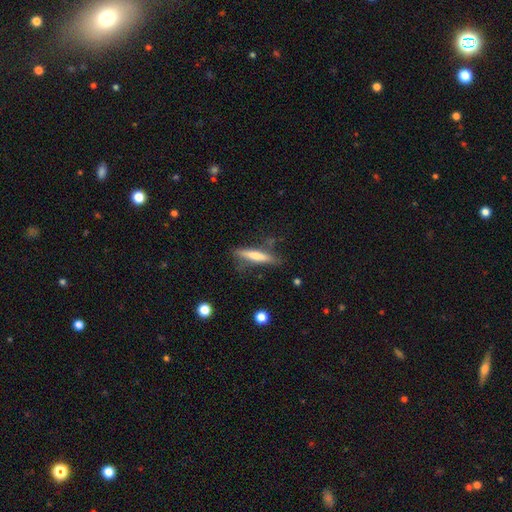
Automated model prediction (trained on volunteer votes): Morphology: type=smooth (51%); roundness=cigar-shaped (88%); merging=none (74%).